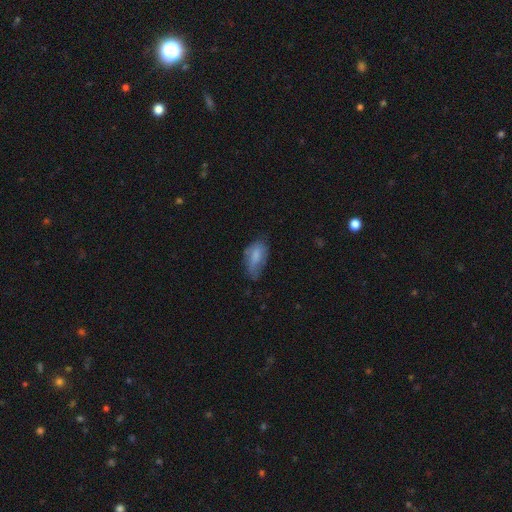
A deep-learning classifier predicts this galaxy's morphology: smooth_or_featured: smooth (p=0.71) [alt: featured or disk p=0.21]
how_rounded: in between (p=0.90) [alt: cigar-shaped p=0.07]
merging: none (p=0.48) [alt: minor disturbance p=0.36]